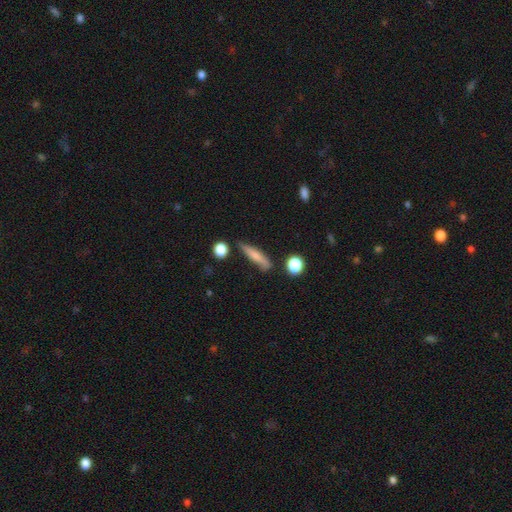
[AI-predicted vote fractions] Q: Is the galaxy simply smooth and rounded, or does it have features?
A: smooth — 65%.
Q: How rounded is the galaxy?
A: cigar-shaped — 83%.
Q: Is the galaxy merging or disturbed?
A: none — 69%.